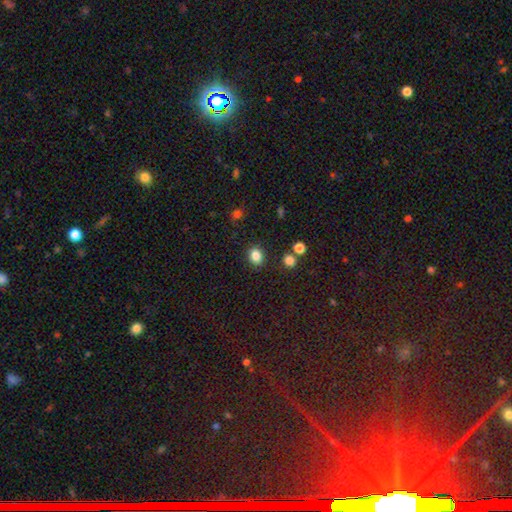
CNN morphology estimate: Overall: smooth (84%). How rounded: round (51%; in between 48%). Merging: none (85%).